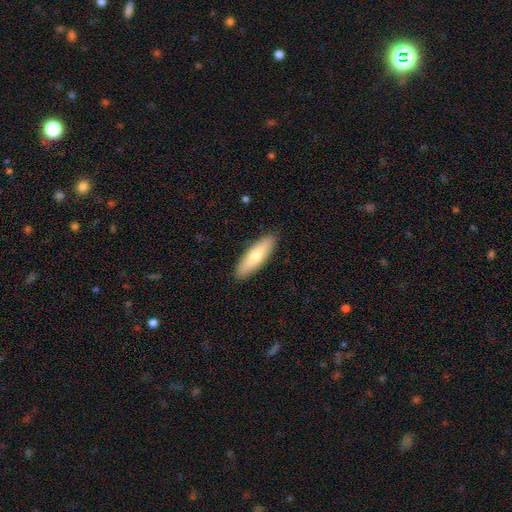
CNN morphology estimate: This is likely a smooth galaxy (70%). How rounded: possibly cigar-shaped (55%). Merging: clearly none (89%).